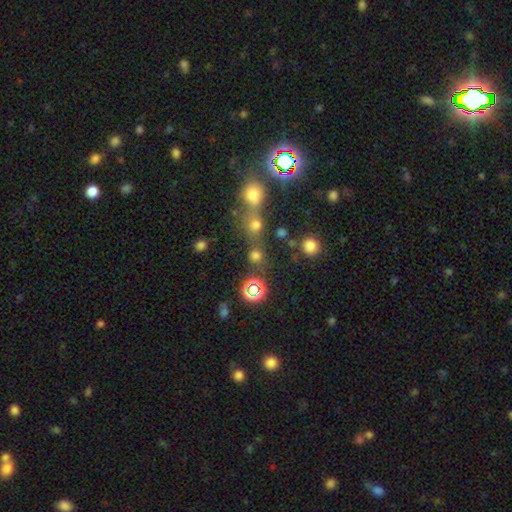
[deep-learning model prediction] Morphology: type=smooth (63%); roundness=round (84%); merging=none (55%).